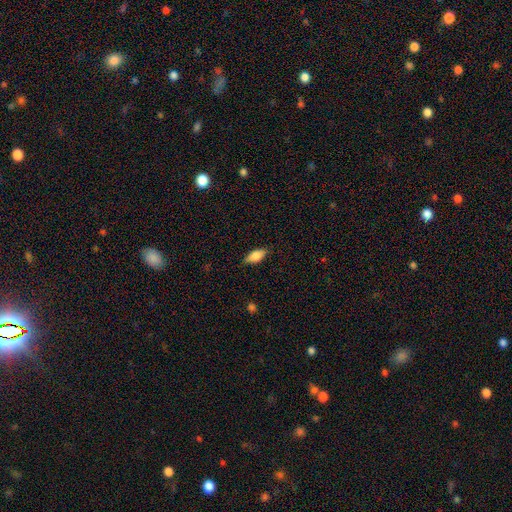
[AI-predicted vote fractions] Smooth or featured: smooth — 81% (featured or disk — 12%)
How rounded: in between — 84% (cigar-shaped — 13%)
Merging: none — 83% (minor disturbance — 14%)